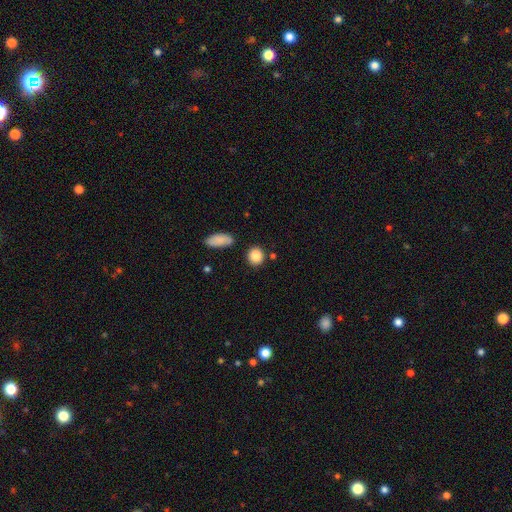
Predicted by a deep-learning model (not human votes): Smooth or featured? smooth (86%)
How rounded? round (81%)
Merging? none (82%)